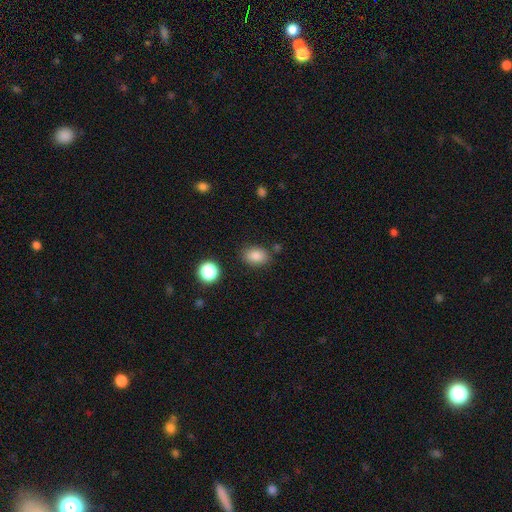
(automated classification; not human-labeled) A smooth galaxy with no disk features (84%) that is in between round and cigar-shaped (70%). Merging: none (81%).